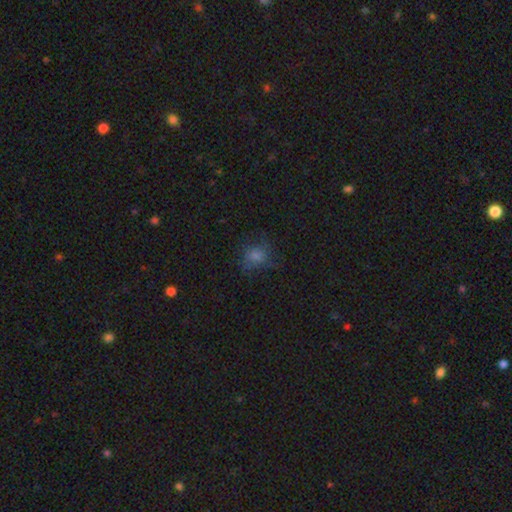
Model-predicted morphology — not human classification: Smooth or featured?
  - smooth: 61% *
  - star or artifact: 23%
  - featured or disk: 16%
How rounded?
  - round: 69% *
  - in between: 29%
  - cigar-shaped: 1%
Merging?
  - none: 66% *
  - minor disturbance: 19%
  - major disturbance: 13%
  - merger: 1%